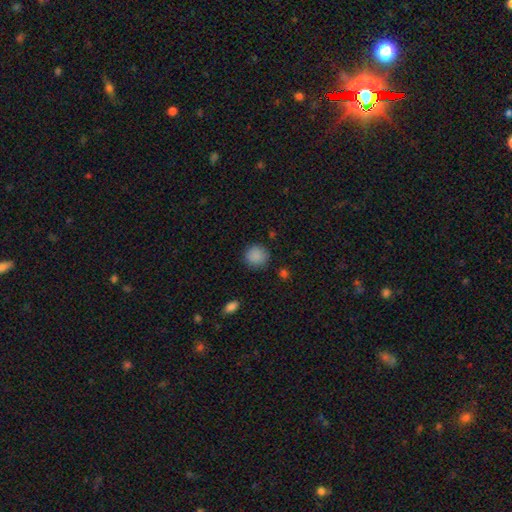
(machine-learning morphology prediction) smooth 88%, star or artifact 9%, featured or disk 3%. Down the decision tree: how rounded — round (91%); merging — none (86%).